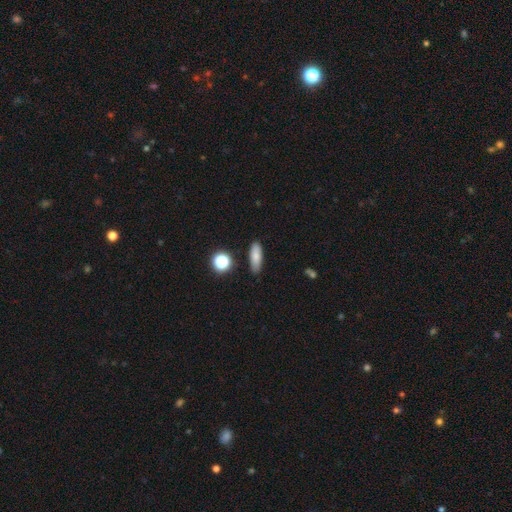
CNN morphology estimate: type=smooth (78%); roundness=in between (56%); merging=none (83%).